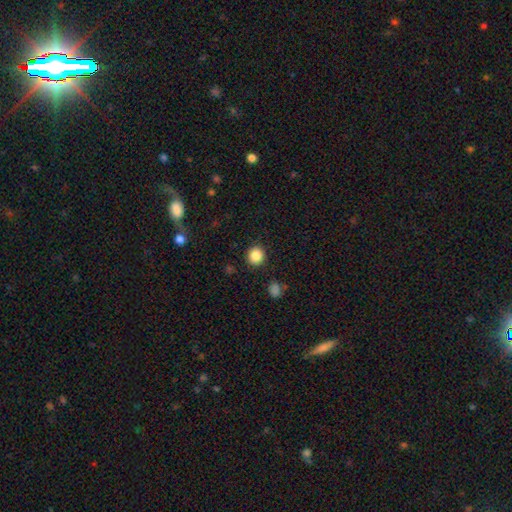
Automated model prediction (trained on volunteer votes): smooth_or_featured: smooth (p=0.86) [alt: star or artifact p=0.10]
how_rounded: round (p=0.85) [alt: in between p=0.14]
merging: none (p=0.90) [alt: minor disturbance p=0.06]